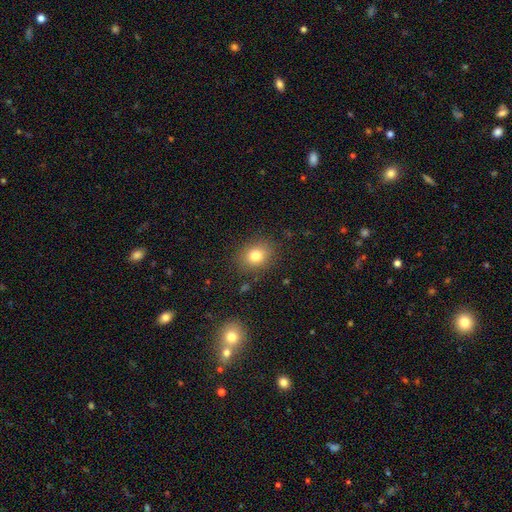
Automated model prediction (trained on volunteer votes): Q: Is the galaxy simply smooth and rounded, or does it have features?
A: smooth — 79%.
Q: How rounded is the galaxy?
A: round — 57%.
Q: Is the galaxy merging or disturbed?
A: none — 86%.